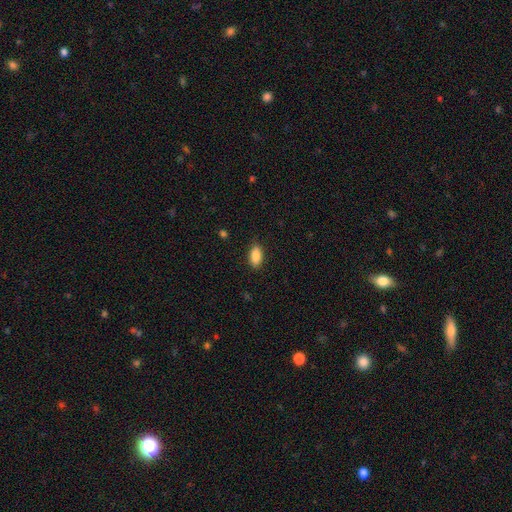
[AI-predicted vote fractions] Q: Smooth or featured?
A: smooth (88%); runner-up: star or artifact (7%)
Q: How rounded?
A: in between (90%); runner-up: cigar-shaped (7%)
Q: Merging?
A: none (86%); runner-up: minor disturbance (10%)